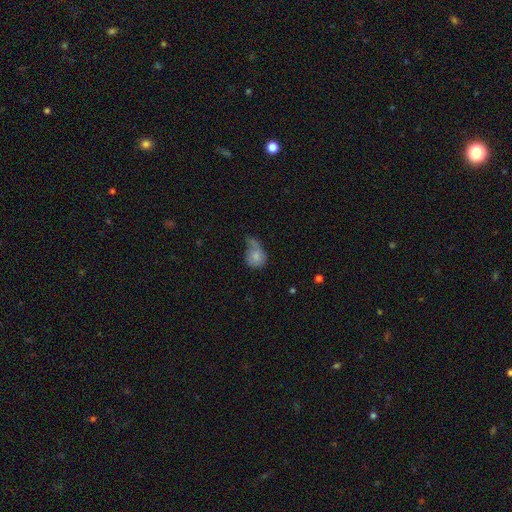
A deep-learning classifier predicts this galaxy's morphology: Smooth or featured?
  - smooth: 75% *
  - featured or disk: 16%
  - star or artifact: 9%
How rounded?
  - in between: 51% *
  - round: 47%
  - cigar-shaped: 1%
Merging?
  - minor disturbance: 32% *
  - major disturbance: 27%
  - none: 26%
  - merger: 15%